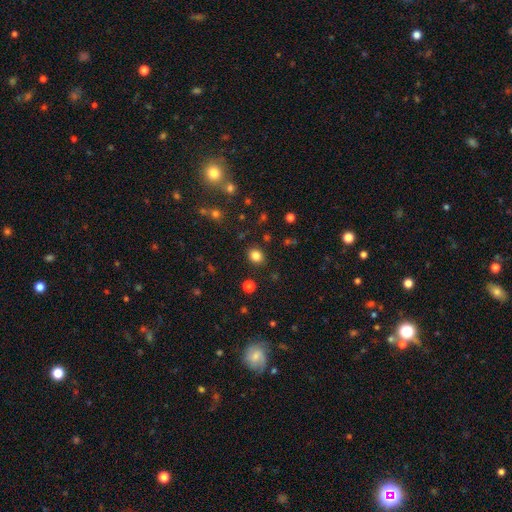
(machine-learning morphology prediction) This is clearly a smooth galaxy (83%). How rounded: likely round (63%). Merging: clearly none (88%).